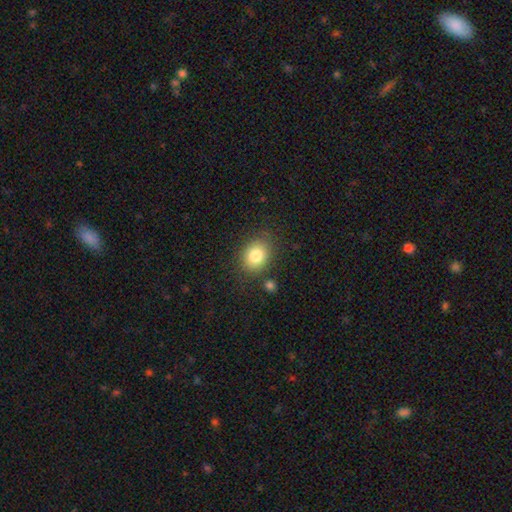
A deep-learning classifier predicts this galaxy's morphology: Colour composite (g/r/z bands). It shows a smooth galaxy with no disk features (82%) that is round (53%). Merging: none (80%).